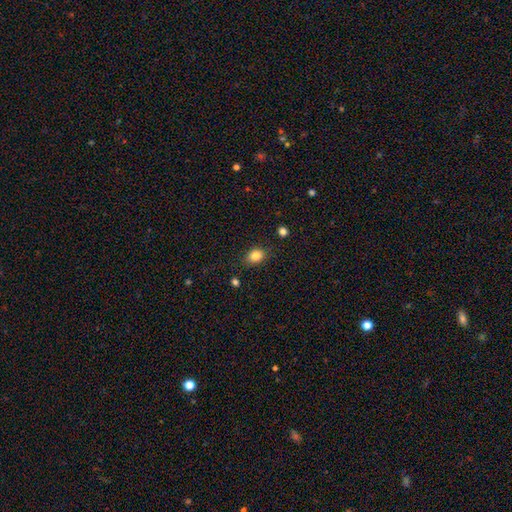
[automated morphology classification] Smooth or featured?
  - smooth: 83% *
  - star or artifact: 10%
  - featured or disk: 7%
How rounded?
  - in between: 55% *
  - round: 44%
  - cigar-shaped: 1%
Merging?
  - none: 84% *
  - minor disturbance: 11%
  - major disturbance: 3%
  - merger: 2%